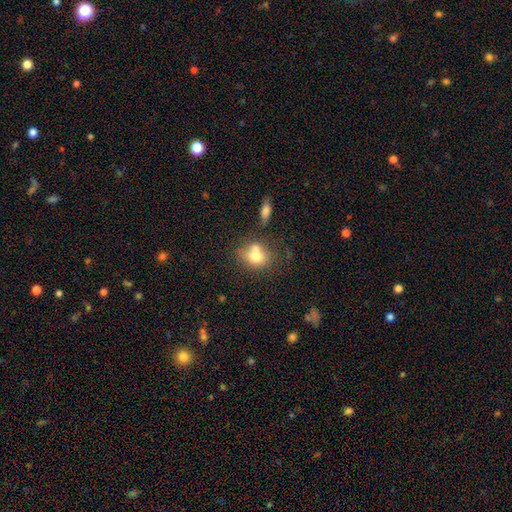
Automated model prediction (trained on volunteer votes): smooth 71%, featured or disk 18%, star or artifact 10%. Down the decision tree: how rounded — round (56%); merging — none (43%).